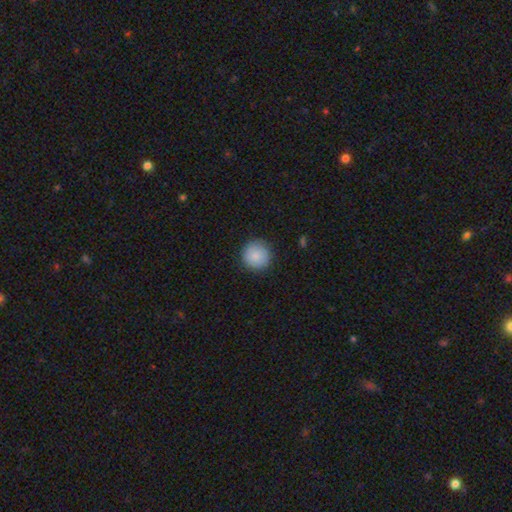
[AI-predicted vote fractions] Overall: smooth (87%). How rounded: round (95%). Merging: none (89%).